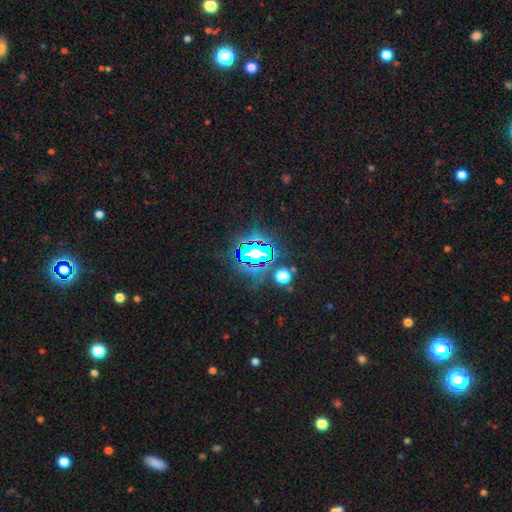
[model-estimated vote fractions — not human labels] A star or artifact, not a galaxy (81%).

Vote fractions:
- Smooth or featured? star or artifact: 81% / smooth: 12% / featured or disk: 8%